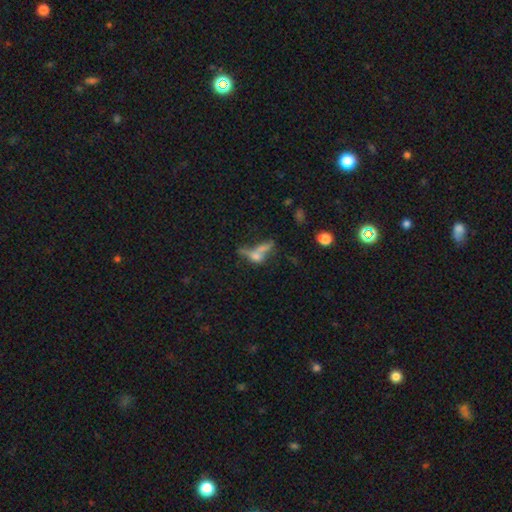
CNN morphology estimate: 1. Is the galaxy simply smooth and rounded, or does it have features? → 49% smooth, 32% featured or disk, 19% star or artifact.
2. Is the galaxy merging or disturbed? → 46% merger, 24% none, 19% major disturbance, 11% minor disturbance.